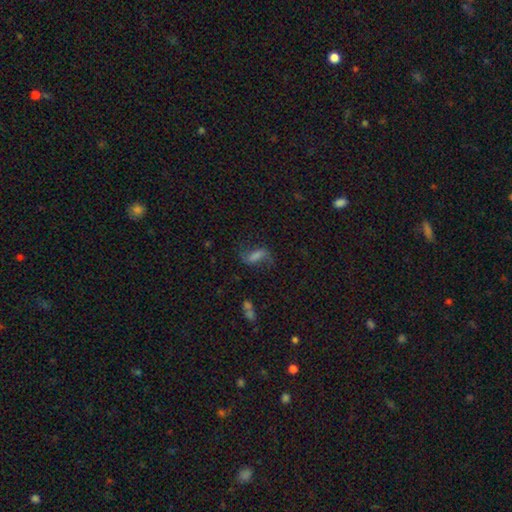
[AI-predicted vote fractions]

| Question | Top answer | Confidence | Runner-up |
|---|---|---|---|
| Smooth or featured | featured or disk | 55% | smooth (29%) |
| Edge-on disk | no | 92% | yes (8%) |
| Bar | weak | 39% | strong (37%) |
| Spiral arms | yes | 87% | no (13%) |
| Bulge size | none | 40% | moderate (22%) |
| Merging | none | 64% | minor disturbance (18%) |